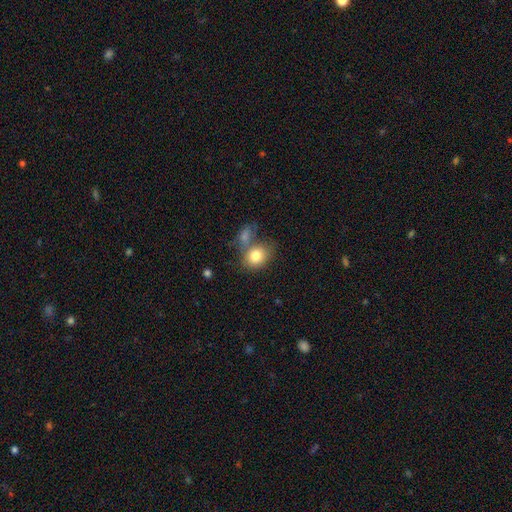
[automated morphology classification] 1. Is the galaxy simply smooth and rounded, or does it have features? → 81% smooth, 10% featured or disk, 8% star or artifact.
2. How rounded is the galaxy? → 51% round, 48% in between, 1% cigar-shaped.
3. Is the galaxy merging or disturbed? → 43% none, 37% merger, 14% minor disturbance, 7% major disturbance.